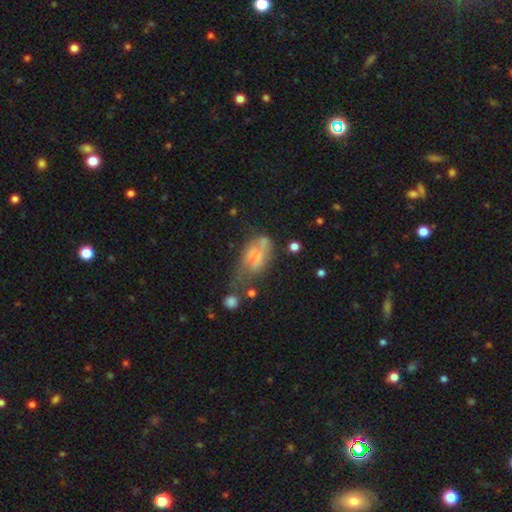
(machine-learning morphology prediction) Smooth or featured?
  - featured or disk: 48% *
  - smooth: 40%
  - star or artifact: 12%
Merging?
  - major disturbance: 38% *
  - minor disturbance: 23%
  - none: 22%
  - merger: 16%